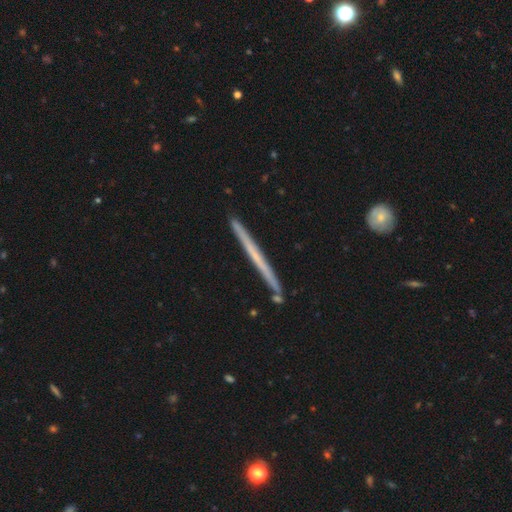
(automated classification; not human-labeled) smooth-or-featured: featured or disk: 58% | smooth: 36% | star or artifact: 6%
  disk-edge-on: yes: 98% | no: 2%
    edge-on-bulge: none: 88% | rounded: 9% | boxy: 3%
  merging: none: 90% | minor disturbance: 7% | merger: 2% | major disturbance: 1%